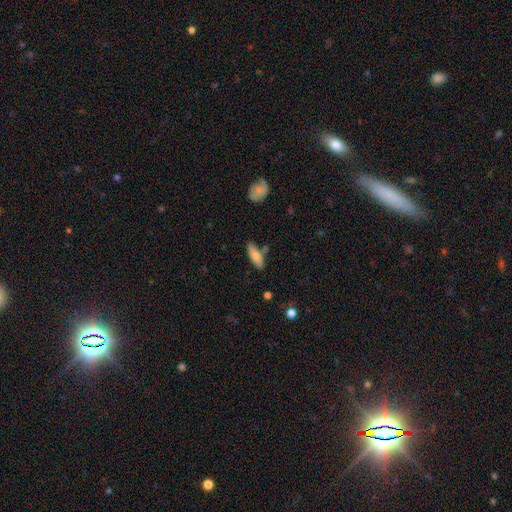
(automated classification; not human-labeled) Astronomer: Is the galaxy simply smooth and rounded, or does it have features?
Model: smooth — 77%.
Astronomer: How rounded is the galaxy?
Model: in between — 55% (runner-up: cigar-shaped, 43%).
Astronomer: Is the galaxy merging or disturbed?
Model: none — 73%.